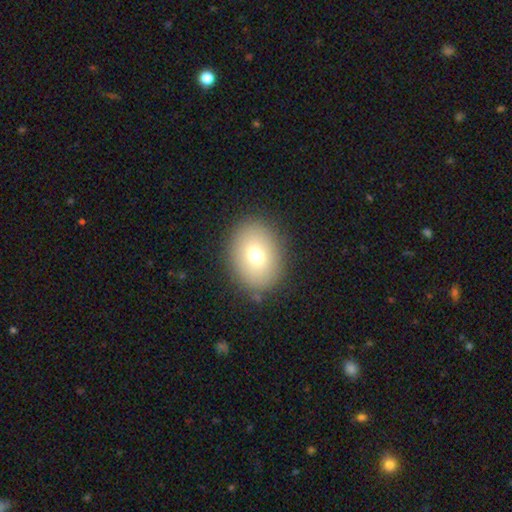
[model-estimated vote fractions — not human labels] Q: Smooth or featured?
A: smooth (74%); runner-up: featured or disk (16%)
Q: How rounded?
A: in between (65%); runner-up: round (34%)
Q: Merging?
A: none (86%); runner-up: minor disturbance (9%)